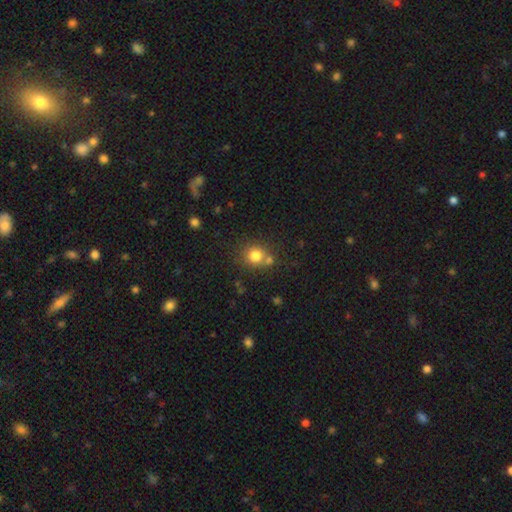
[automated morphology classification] smooth-or-featured: smooth: 79% | star or artifact: 13% | featured or disk: 9%
  how-rounded: round: 84% | in between: 15% | cigar-shaped: 1%
  merging: none: 61% | merger: 23% | minor disturbance: 11% | major disturbance: 4%